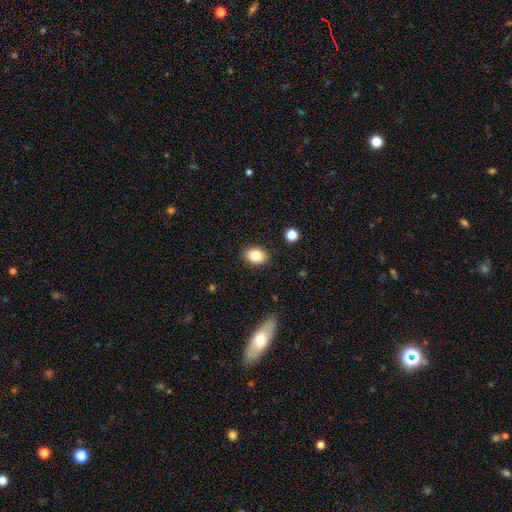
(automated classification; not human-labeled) This is clearly a smooth galaxy (83%). How rounded: likely in between (62%). Merging: clearly none (89%).